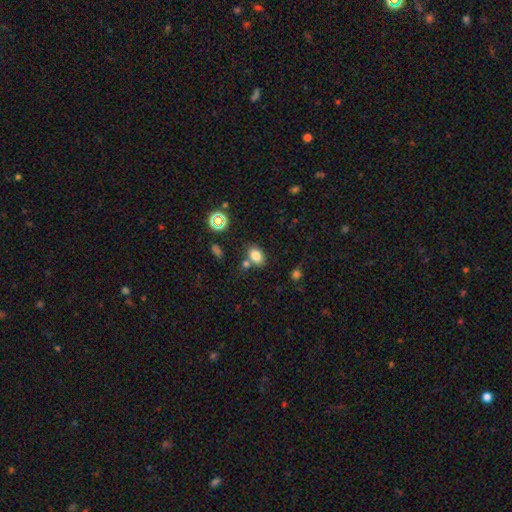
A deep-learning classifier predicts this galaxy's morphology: A smooth galaxy with no disk features (79%) that is in between round and cigar-shaped (78%).

Vote fractions:
- Smooth or featured? smooth: 79% / star or artifact: 13% / featured or disk: 8%
- How rounded? in between: 78% / round: 20% / cigar-shaped: 1%
- Merging? none: 68% / merger: 15% / minor disturbance: 13% / major disturbance: 4%